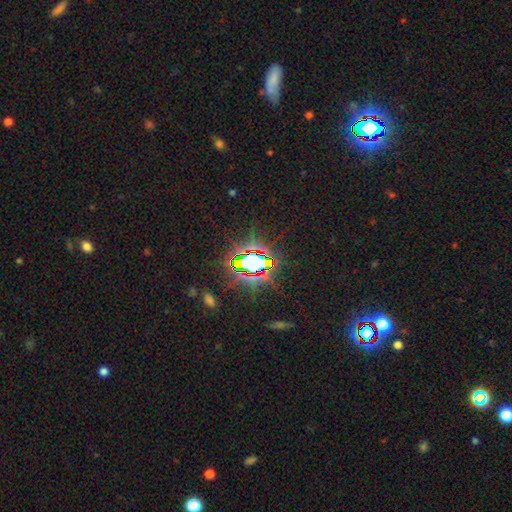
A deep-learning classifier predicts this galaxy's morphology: This appears to be a star or artifact, not a galaxy (81%).